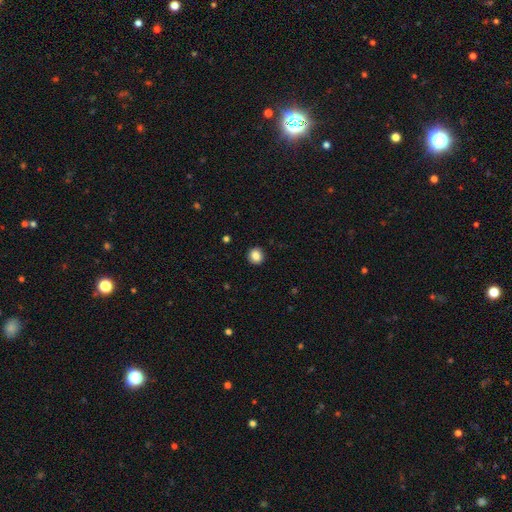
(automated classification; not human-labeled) A smooth galaxy with no disk features (86%) that is round (86%). Merging: none (92%).